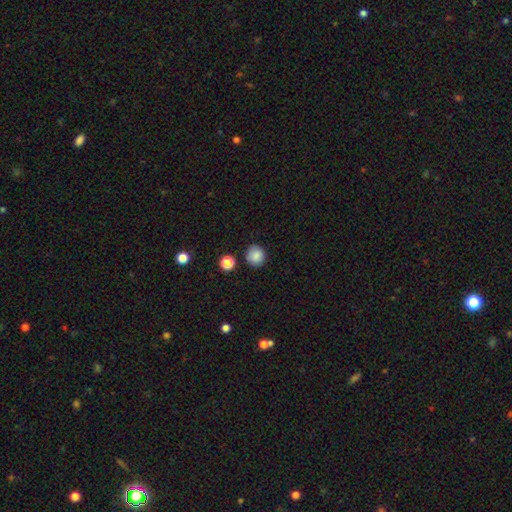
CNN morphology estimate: Smooth or featured? Predicted: smooth (p=0.85). How rounded? Predicted: round (p=0.88). Merging? Predicted: none (p=0.85).